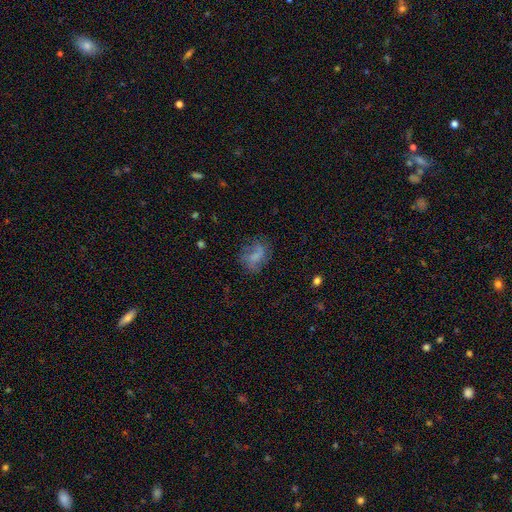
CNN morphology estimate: Smooth or featured?
  - smooth: 54% *
  - featured or disk: 34%
  - star or artifact: 12%
How rounded?
  - in between: 68% *
  - round: 29%
  - cigar-shaped: 3%
Merging?
  - none: 56% *
  - minor disturbance: 23%
  - major disturbance: 18%
  - merger: 3%